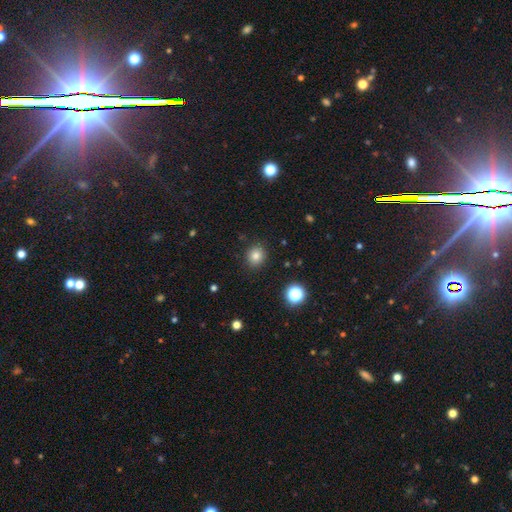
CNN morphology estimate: A smooth galaxy with no disk features (81%) that is round (81%). Merging: none (89%).